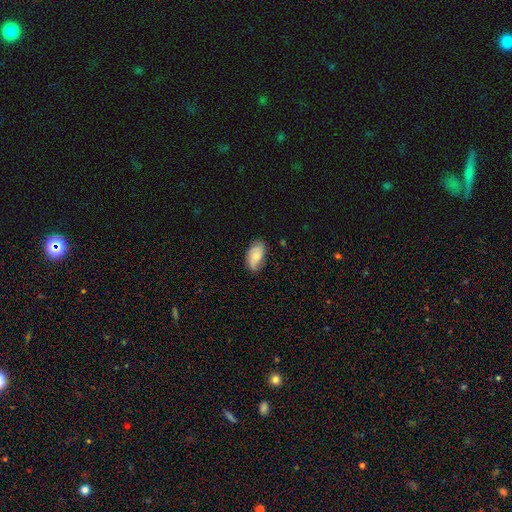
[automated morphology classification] type=smooth (54%); roundness=in between (92%); merging=none (73%).